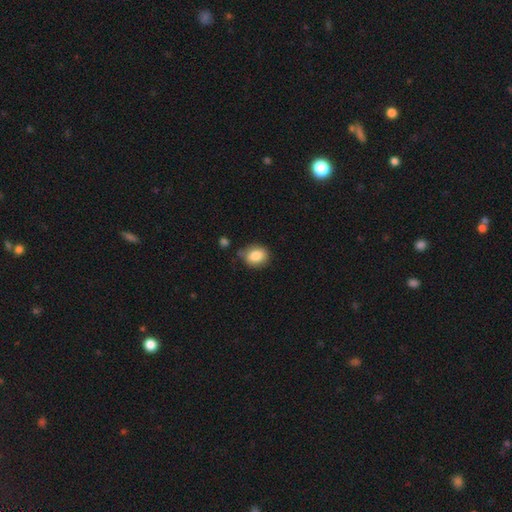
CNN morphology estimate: type=smooth (84%); roundness=round (55%); merging=none (69%).